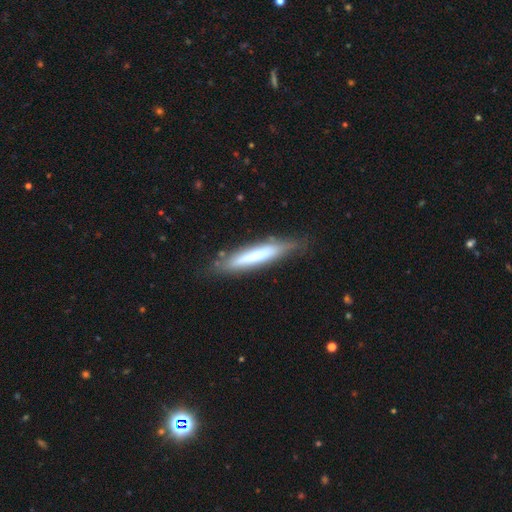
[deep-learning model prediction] A smooth galaxy with no disk features (58%) that is cigar-shaped (89%).

Vote fractions:
- Smooth or featured? smooth: 58% / featured or disk: 35% / star or artifact: 6%
- How rounded? cigar-shaped: 89% / in between: 10% / round: 1%
- Merging? none: 76% / minor disturbance: 18% / major disturbance: 4% / merger: 2%